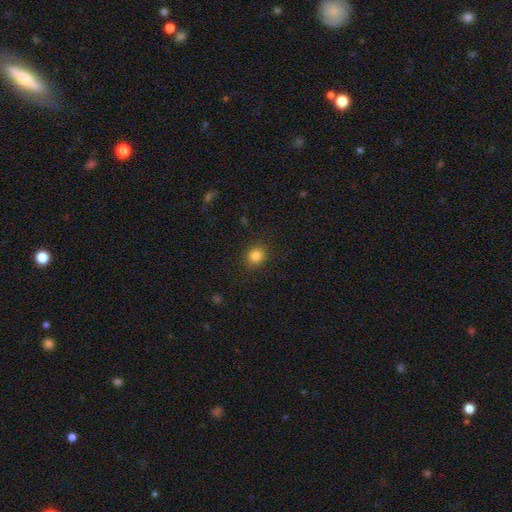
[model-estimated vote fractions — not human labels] smooth 84%, star or artifact 12%, featured or disk 5%. Down the decision tree: how rounded — round (84%); merging — none (89%).